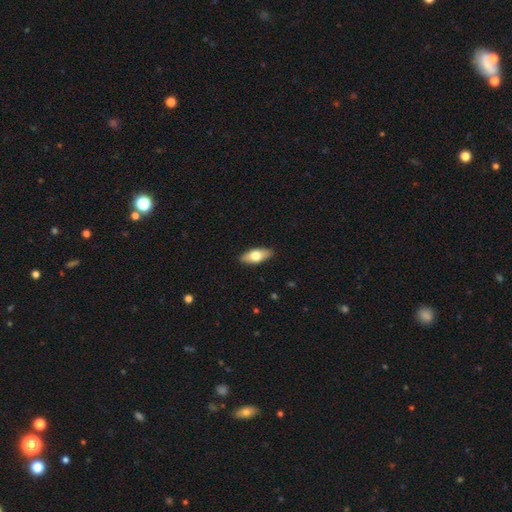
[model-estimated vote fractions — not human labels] Overall: smooth (68%). How rounded: in between (81%). Merging: none (89%).